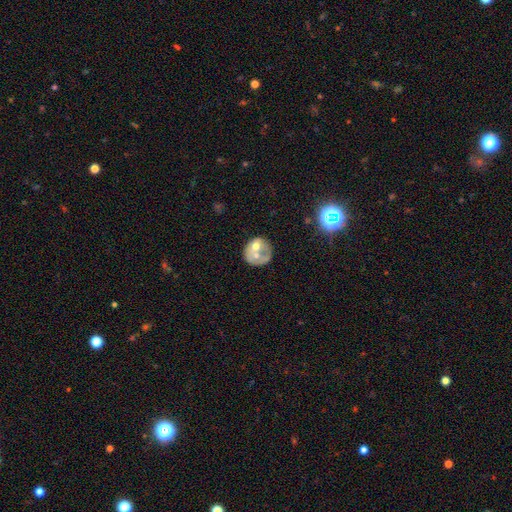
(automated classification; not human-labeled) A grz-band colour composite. It shows a smooth galaxy with no disk features (50%) that is round (76%). Merging: merger (44%).